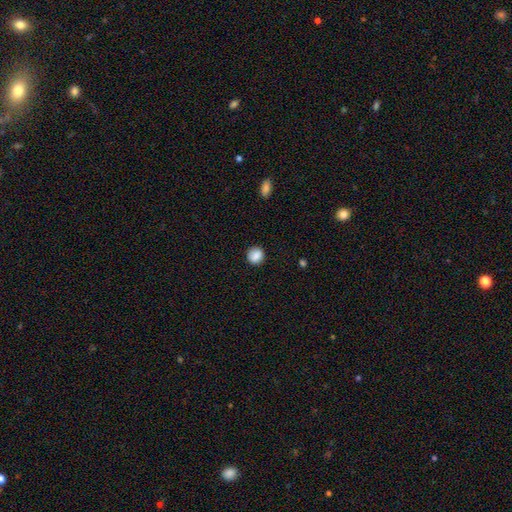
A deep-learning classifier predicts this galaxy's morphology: Smooth or featured? Predicted: smooth (p=0.87). How rounded? Predicted: round (p=0.87). Merging? Predicted: none (p=0.89).